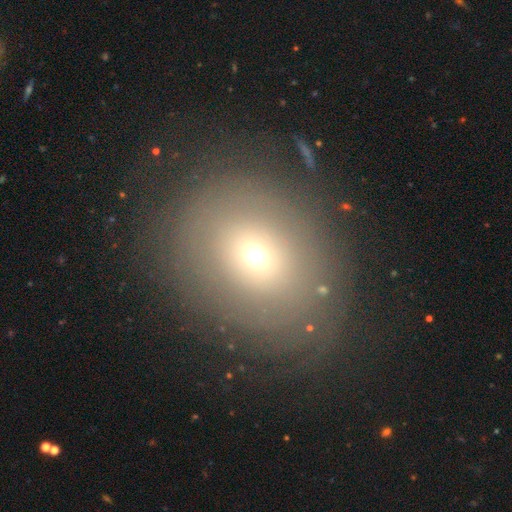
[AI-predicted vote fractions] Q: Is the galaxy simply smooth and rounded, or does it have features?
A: smooth — 58%.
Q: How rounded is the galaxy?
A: round — 61%.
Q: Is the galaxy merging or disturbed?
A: none — 74%.